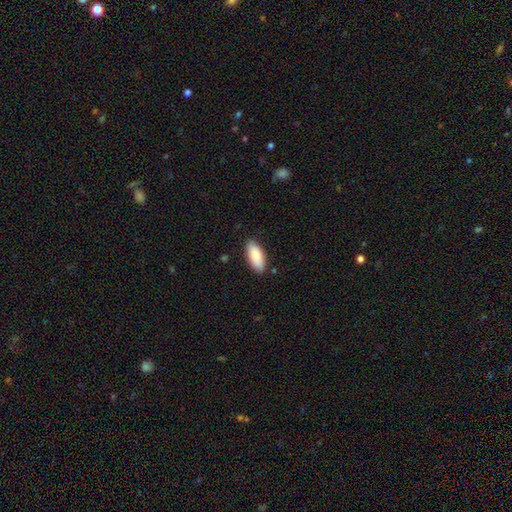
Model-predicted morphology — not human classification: A smooth galaxy with no disk features (84%) that is in between round and cigar-shaped (85%). Merging: none (86%).